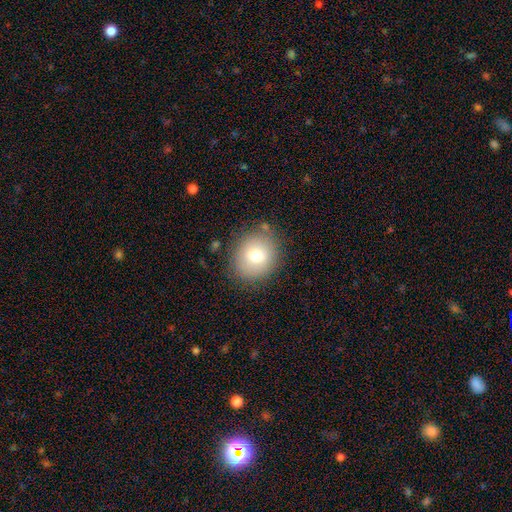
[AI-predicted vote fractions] Overall: smooth (75%). How rounded: round (76%). Merging: none (83%).